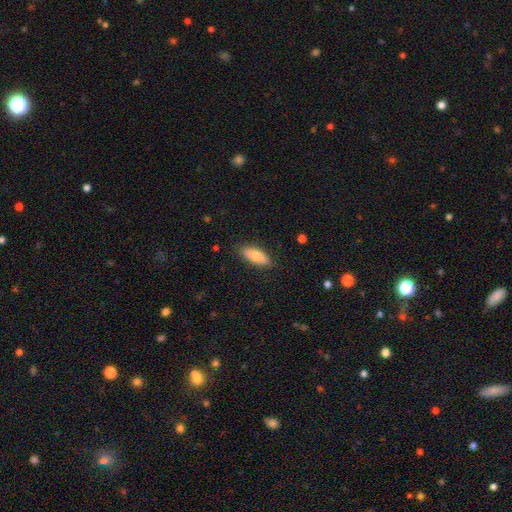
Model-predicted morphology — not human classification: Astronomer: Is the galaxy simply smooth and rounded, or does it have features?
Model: smooth — 76%.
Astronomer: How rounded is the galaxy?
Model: in between — 72%.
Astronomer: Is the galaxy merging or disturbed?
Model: none — 85%.